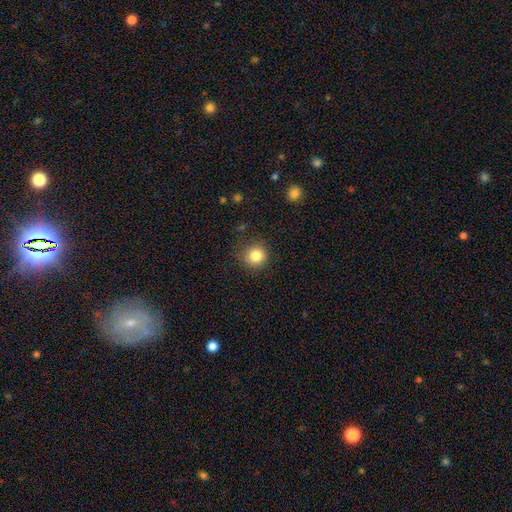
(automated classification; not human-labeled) Overall: smooth (83%). How rounded: round (90%). Merging: none (86%).